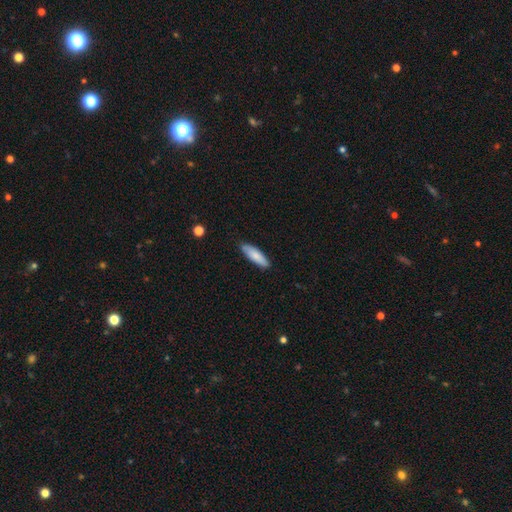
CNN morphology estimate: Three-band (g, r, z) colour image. It shows a smooth galaxy with no disk features (80%) that is cigar-shaped (53%). Merging: none (83%).